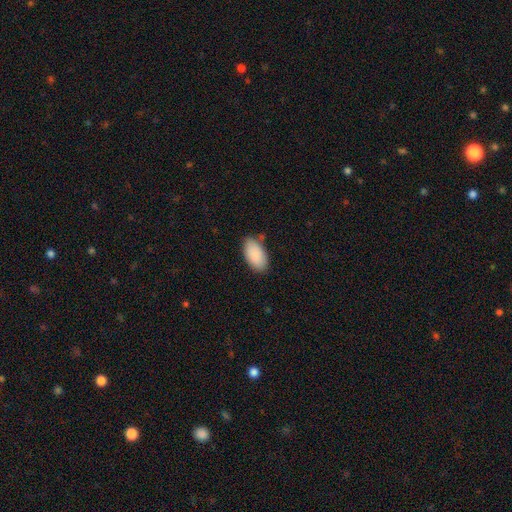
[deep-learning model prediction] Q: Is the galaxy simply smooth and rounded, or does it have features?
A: smooth — 90%.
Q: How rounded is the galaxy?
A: in between — 95%.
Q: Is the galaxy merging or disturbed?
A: none — 79%.